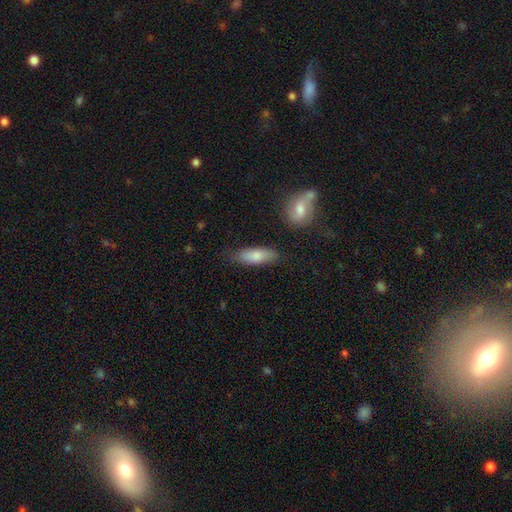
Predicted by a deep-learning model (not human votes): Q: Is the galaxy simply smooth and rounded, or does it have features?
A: smooth — 79%.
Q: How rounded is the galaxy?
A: in between — 59%.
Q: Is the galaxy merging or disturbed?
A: none — 77%.